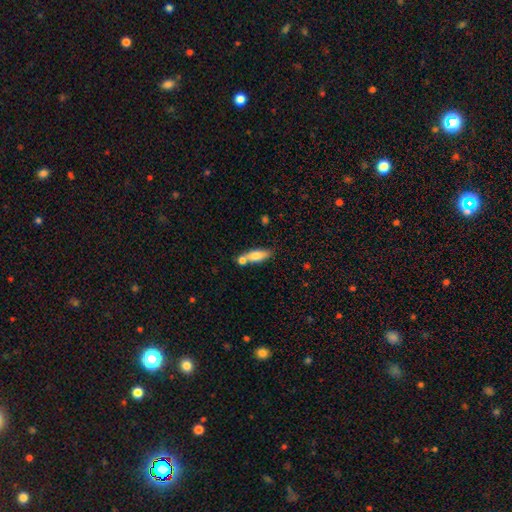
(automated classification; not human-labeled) smooth_or_featured: smooth (p=0.72) [alt: featured or disk p=0.21]
how_rounded: in between (p=0.59) [alt: cigar-shaped p=0.38]
merging: none (p=0.52) [alt: merger p=0.32]